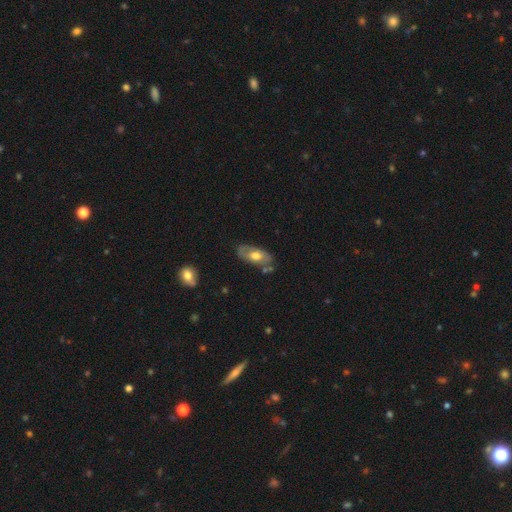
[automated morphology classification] Smooth or featured: smooth — 50% (featured or disk — 44%)
Merging: none — 67% (minor disturbance — 21%)